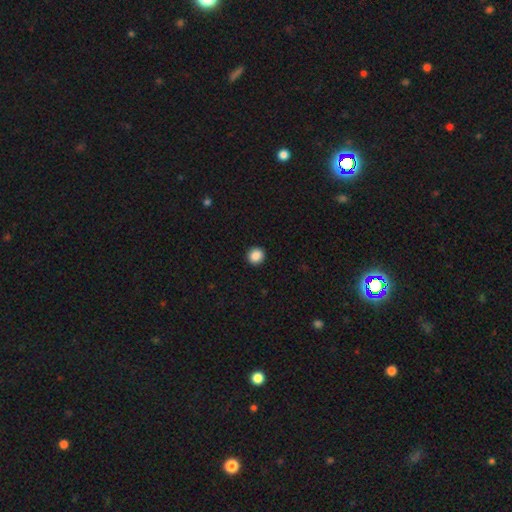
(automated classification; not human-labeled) Smooth or featured? smooth (88%)
How rounded? round (91%)
Merging? none (93%)